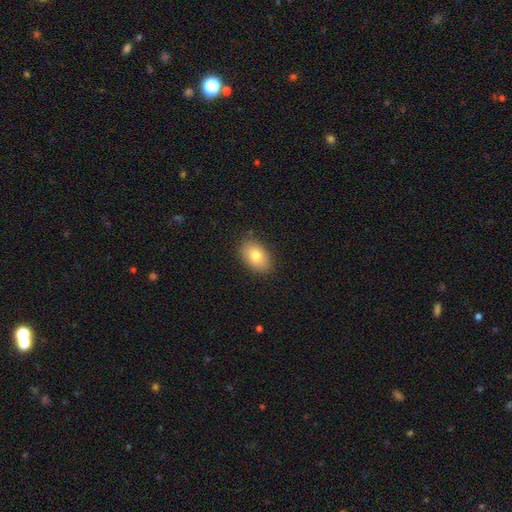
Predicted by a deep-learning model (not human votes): A smooth galaxy with no disk features (79%) that is in between round and cigar-shaped (87%).

Vote fractions:
- Smooth or featured? smooth: 79% / featured or disk: 13% / star or artifact: 8%
- How rounded? in between: 87% / round: 12% / cigar-shaped: 1%
- Merging? none: 86% / minor disturbance: 10% / major disturbance: 2% / merger: 1%